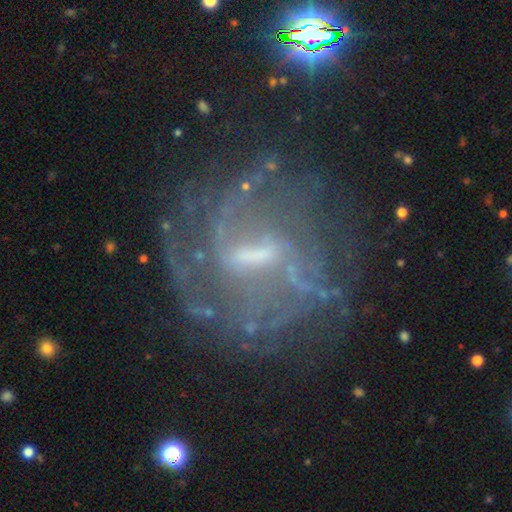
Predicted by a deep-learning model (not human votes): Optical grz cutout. It shows a featured or disk galaxy (77%) with a weak bar (47%), medium (39%) spiral arms (75%) and a small central bulge (38%). Merging: none (62%).